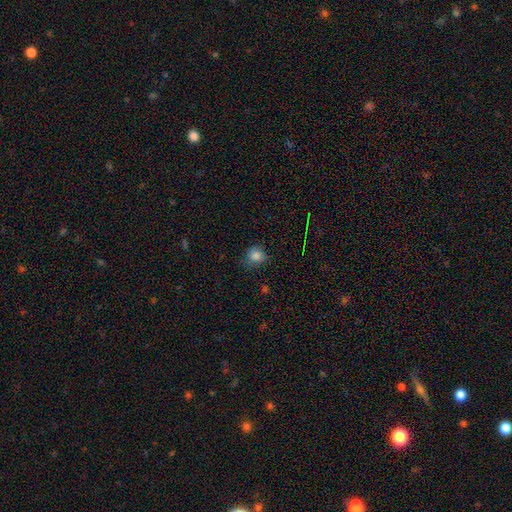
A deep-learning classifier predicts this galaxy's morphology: Smooth or featured: smooth — 82% (star or artifact — 12%)
How rounded: round — 80% (in between — 19%)
Merging: none — 71% (minor disturbance — 22%)